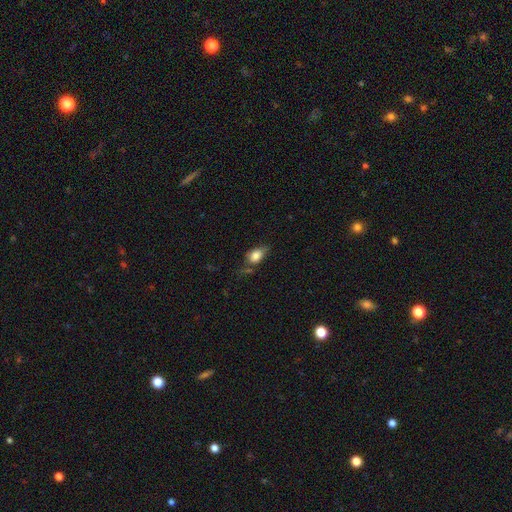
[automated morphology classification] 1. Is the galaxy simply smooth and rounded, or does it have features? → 77% smooth, 14% featured or disk, 9% star or artifact.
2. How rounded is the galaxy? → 79% in between, 17% round, 4% cigar-shaped.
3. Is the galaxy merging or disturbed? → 50% none, 31% minor disturbance, 12% major disturbance, 7% merger.